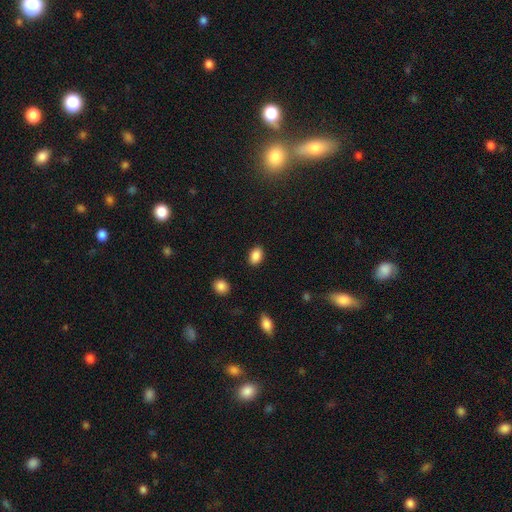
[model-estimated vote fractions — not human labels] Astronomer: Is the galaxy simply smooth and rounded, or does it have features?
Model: smooth — 88%.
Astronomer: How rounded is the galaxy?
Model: in between — 85%.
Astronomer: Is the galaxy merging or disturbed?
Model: none — 88%.